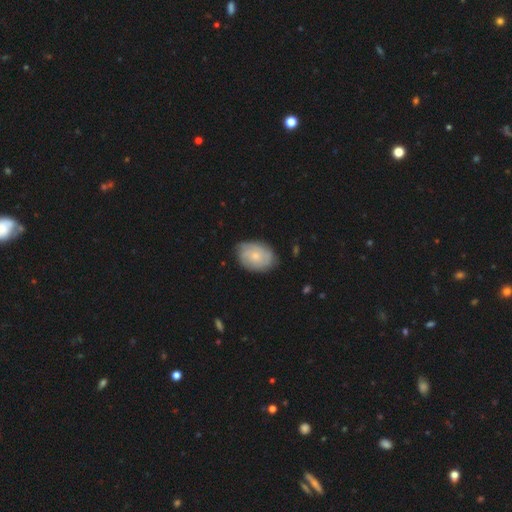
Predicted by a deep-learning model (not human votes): Smooth or featured: featured or disk — 47% (smooth — 46%)
Merging: none — 74% (minor disturbance — 21%)